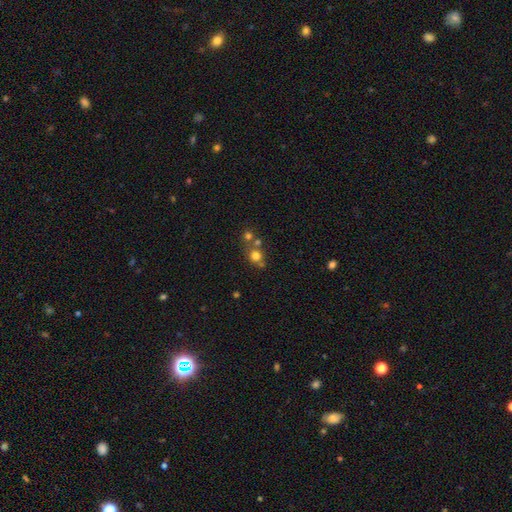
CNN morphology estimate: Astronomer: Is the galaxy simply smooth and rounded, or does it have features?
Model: smooth — 71%.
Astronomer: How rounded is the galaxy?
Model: round — 84%.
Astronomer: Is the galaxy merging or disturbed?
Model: none — 53% (runner-up: merger, 35%).